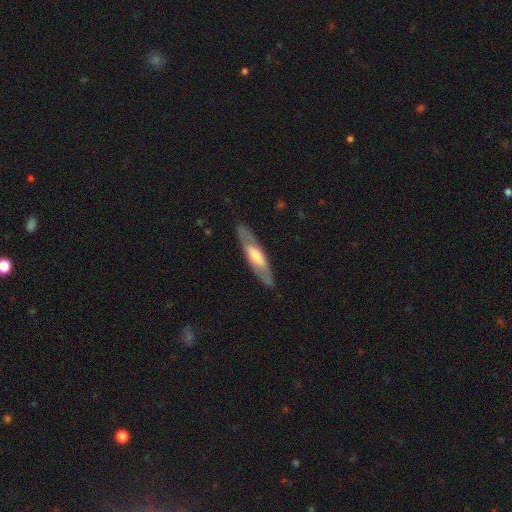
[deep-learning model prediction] Overall: featured or disk (53%; smooth 42%). Edge-on disk: yes (54%; no 46%). Merging: none (85%).